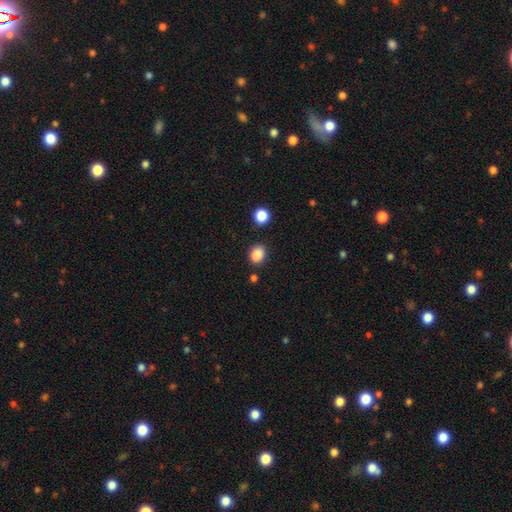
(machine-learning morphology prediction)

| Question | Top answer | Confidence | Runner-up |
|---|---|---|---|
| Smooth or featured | smooth | 86% | star or artifact (10%) |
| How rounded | in between | 53% | round (46%) |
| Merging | none | 80% | minor disturbance (13%) |